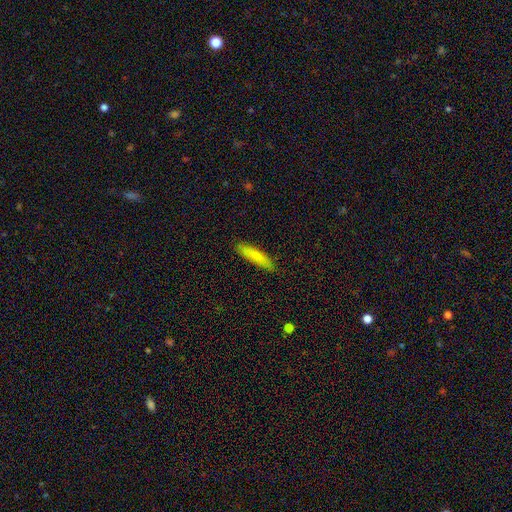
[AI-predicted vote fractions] This appears to be a smooth galaxy with no disk features (81%) that is cigar-shaped (77%). Merging: none (84%).